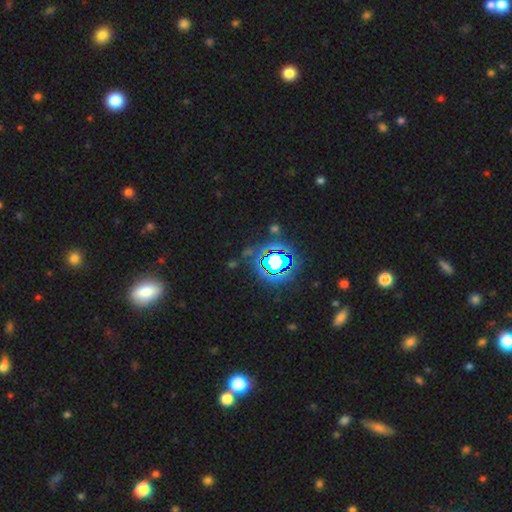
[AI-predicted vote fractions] smooth_or_featured: star or artifact (p=0.79) [alt: smooth p=0.13]